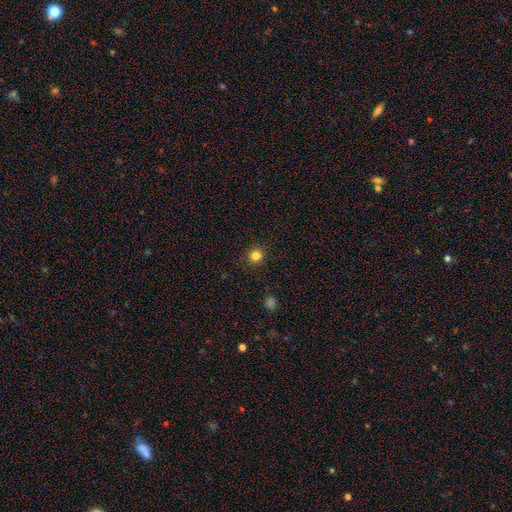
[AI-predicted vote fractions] Morphology: type=smooth (82%); roundness=round (91%); merging=none (91%).